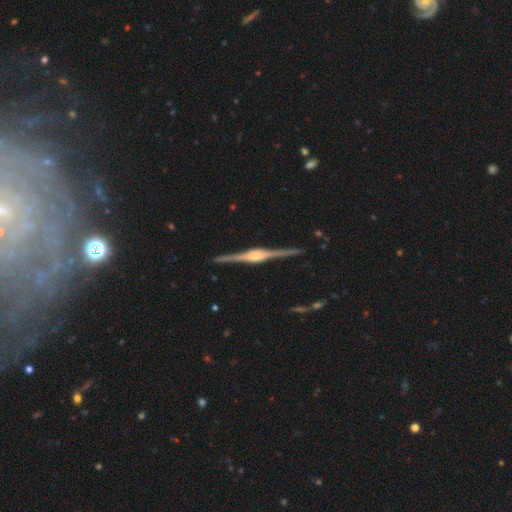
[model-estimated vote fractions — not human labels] featured or disk 90%, smooth 5%, star or artifact 5%. Down the decision tree: edge-on disk — yes (99%); edge-on bulge — rounded (76%); merging — none (91%).